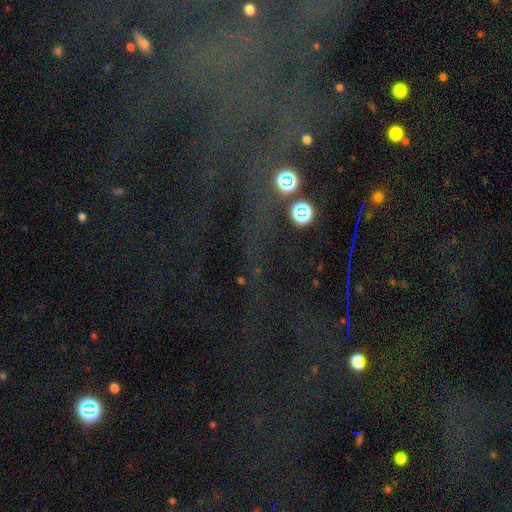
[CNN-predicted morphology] type=star or artifact (71%).